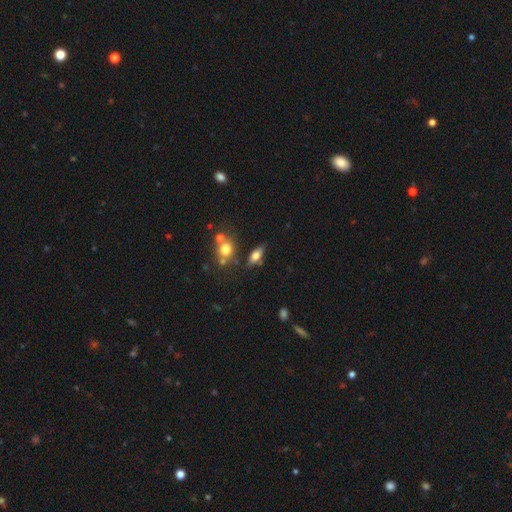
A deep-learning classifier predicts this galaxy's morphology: smooth-or-featured: smooth: 59% | featured or disk: 31% | star or artifact: 10%
  how-rounded: in between: 70% | cigar-shaped: 23% | round: 7%
  merging: none: 70% | minor disturbance: 16% | merger: 9% | major disturbance: 5%